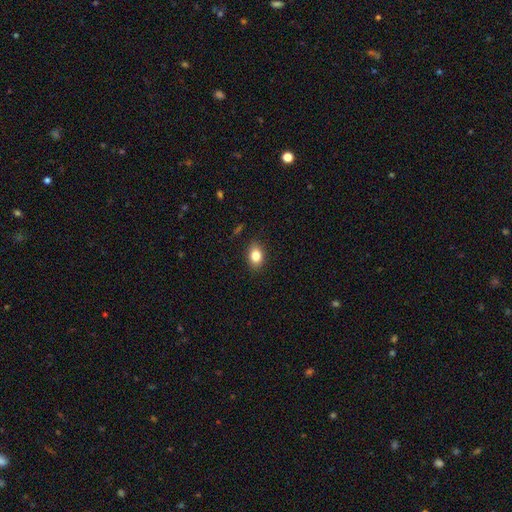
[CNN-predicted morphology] smooth-or-featured: smooth: 83% | star or artifact: 9% | featured or disk: 8%
  how-rounded: in between: 74% | round: 25% | cigar-shaped: 1%
  merging: none: 87% | minor disturbance: 10% | major disturbance: 2% | merger: 1%